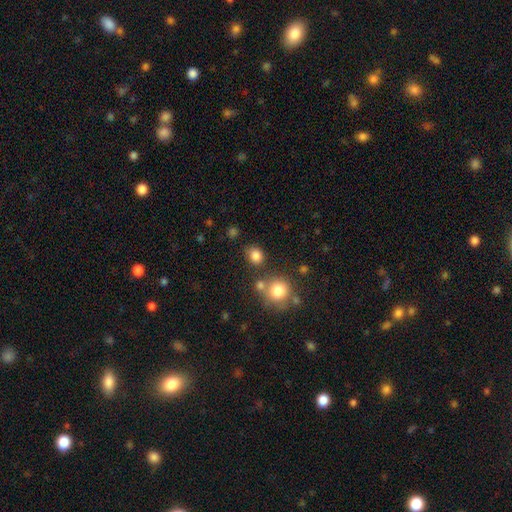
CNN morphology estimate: smooth_or_featured: smooth (p=0.82) [alt: star or artifact p=0.12]
how_rounded: round (p=0.67) [alt: in between p=0.32]
merging: none (p=0.74) [alt: minor disturbance p=0.12]